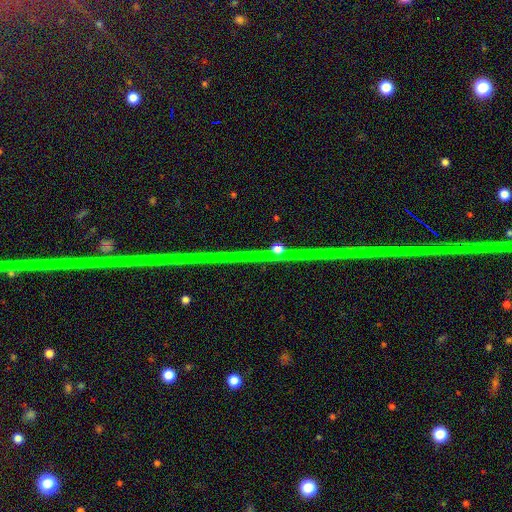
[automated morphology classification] Q: Smooth or featured?
A: star or artifact (84%); runner-up: featured or disk (11%)